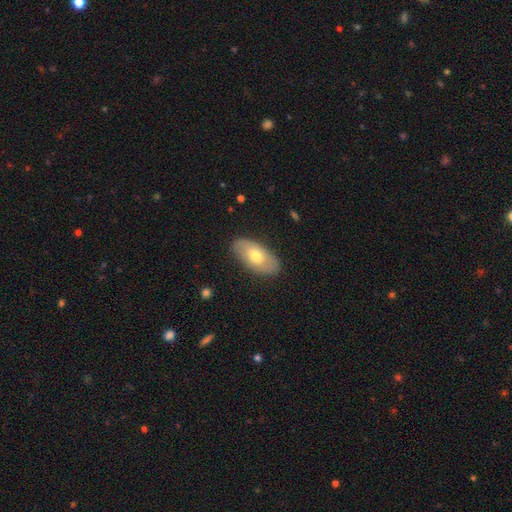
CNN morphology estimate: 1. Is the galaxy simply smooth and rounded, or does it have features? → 62% smooth, 32% featured or disk, 6% star or artifact.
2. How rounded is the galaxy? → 93% in between, 4% cigar-shaped, 3% round.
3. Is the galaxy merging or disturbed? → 84% none, 12% minor disturbance, 3% major disturbance, 1% merger.